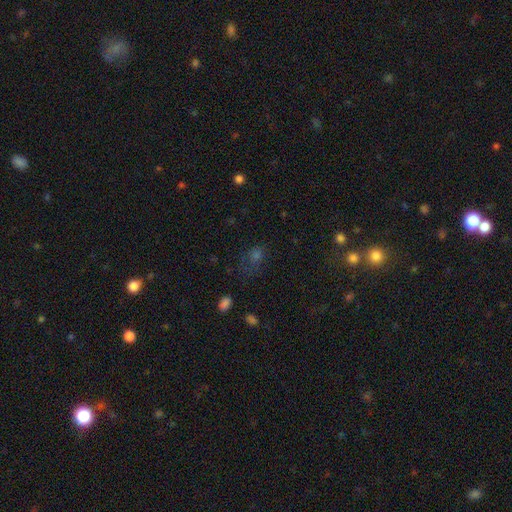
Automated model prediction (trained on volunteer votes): Overall: smooth (49%; star or artifact 38%). Merging: none (57%; minor disturbance 20%).